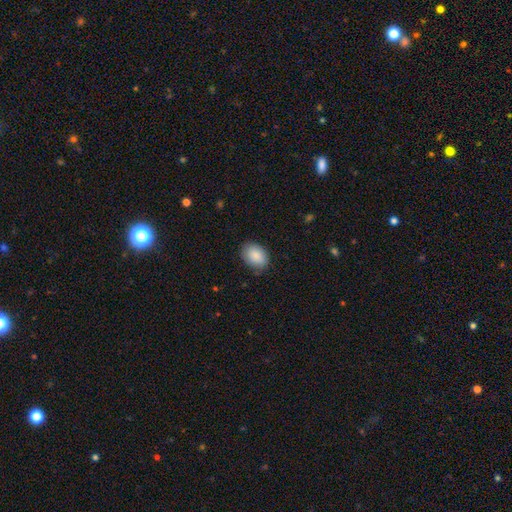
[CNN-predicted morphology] Smooth or featured: smooth — 88% (star or artifact — 7%)
How rounded: in between — 77% (round — 22%)
Merging: none — 80% (minor disturbance — 15%)